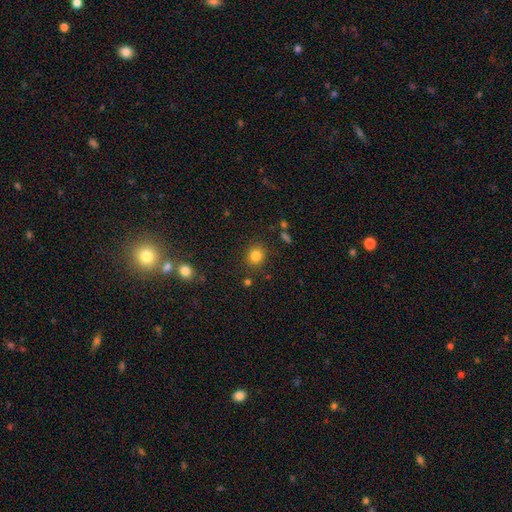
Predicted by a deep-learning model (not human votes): Smooth or featured? Predicted: smooth (p=0.82). How rounded? Predicted: round (p=0.82). Merging? Predicted: none (p=0.87).